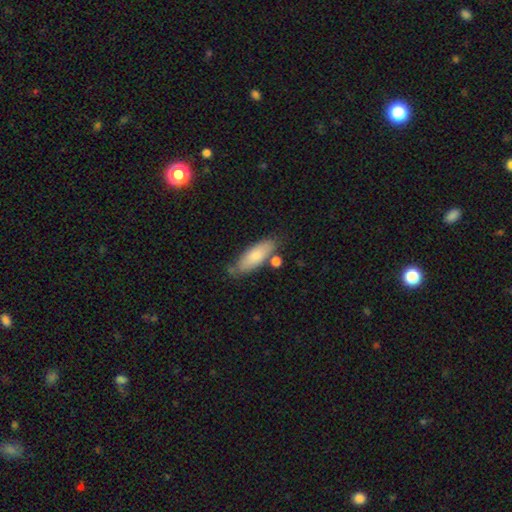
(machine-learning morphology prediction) A smooth galaxy with no disk features (76%) that is in between round and cigar-shaped (68%). Merging: none (70%).